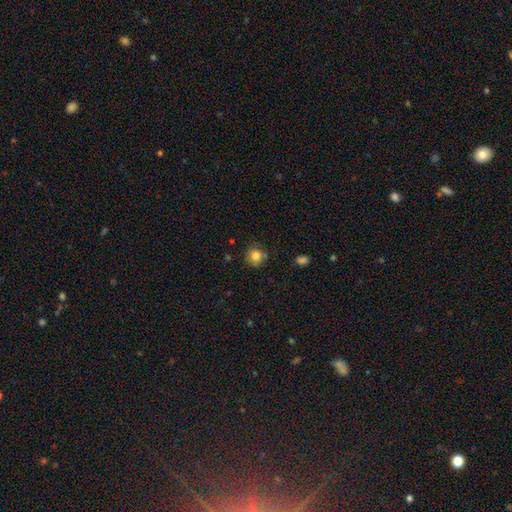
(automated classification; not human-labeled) smooth-or-featured: smooth: 81% | star or artifact: 11% | featured or disk: 8%
  how-rounded: round: 85% | in between: 14% | cigar-shaped: 1%
  merging: none: 76% | minor disturbance: 17% | merger: 4% | major disturbance: 3%